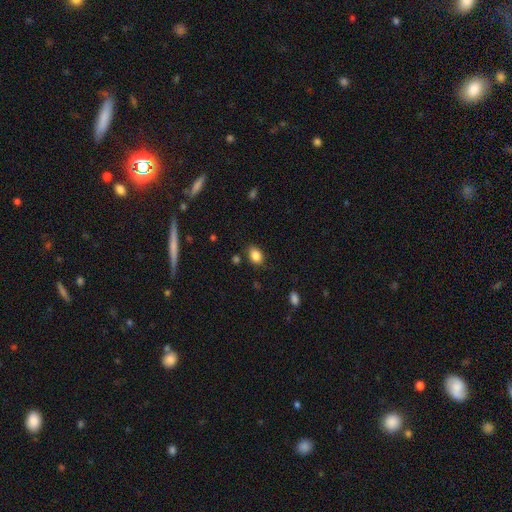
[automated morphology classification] Q: Smooth or featured?
A: smooth (85%); runner-up: star or artifact (10%)
Q: How rounded?
A: in between (72%); runner-up: round (27%)
Q: Merging?
A: none (80%); runner-up: minor disturbance (14%)